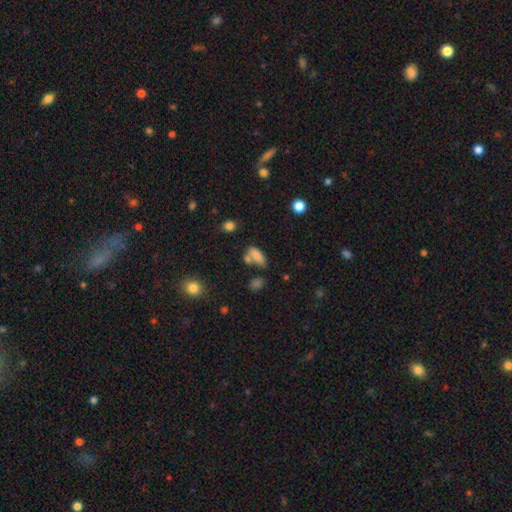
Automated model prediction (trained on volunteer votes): Smooth or featured: smooth — 78% (star or artifact — 11%)
How rounded: in between — 80% (cigar-shaped — 15%)
Merging: none — 42% (merger — 31%)